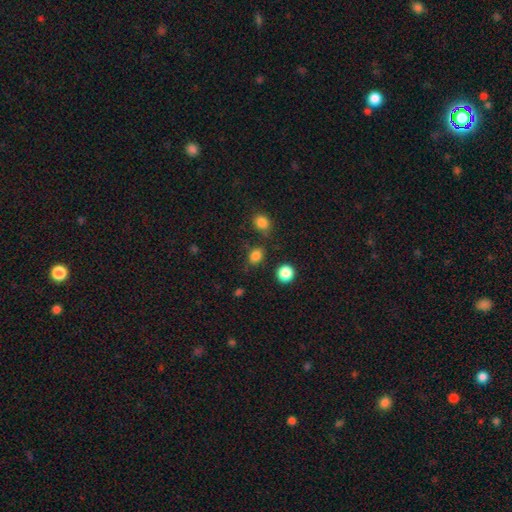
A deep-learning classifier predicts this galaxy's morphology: Smooth or featured? smooth (83%)
How rounded? round (54%)
Merging? none (76%)